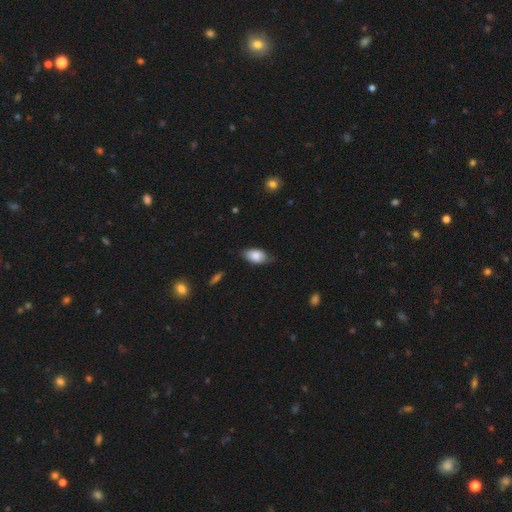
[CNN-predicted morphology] Smooth or featured: smooth — 82% (featured or disk — 11%)
How rounded: in between — 92% (round — 5%)
Merging: none — 69% (minor disturbance — 26%)